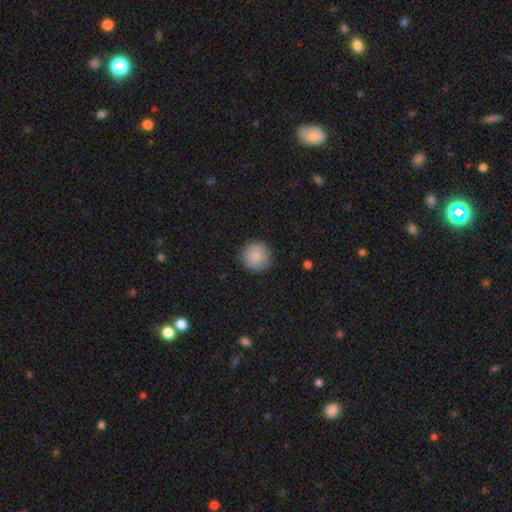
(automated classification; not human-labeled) smooth-or-featured: smooth: 88% | star or artifact: 7% | featured or disk: 5%
  how-rounded: round: 95% | in between: 4% | cigar-shaped: 1%
  merging: none: 91% | minor disturbance: 6% | major disturbance: 2% | merger: 1%